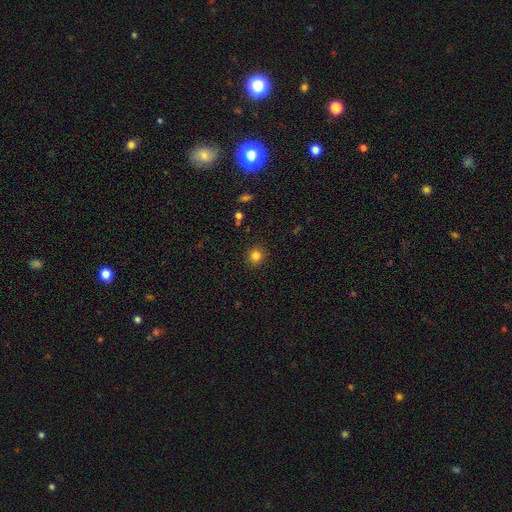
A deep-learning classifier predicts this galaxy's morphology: Smooth or featured: smooth — 82% (star or artifact — 13%)
How rounded: round — 88% (in between — 12%)
Merging: none — 91% (minor disturbance — 6%)